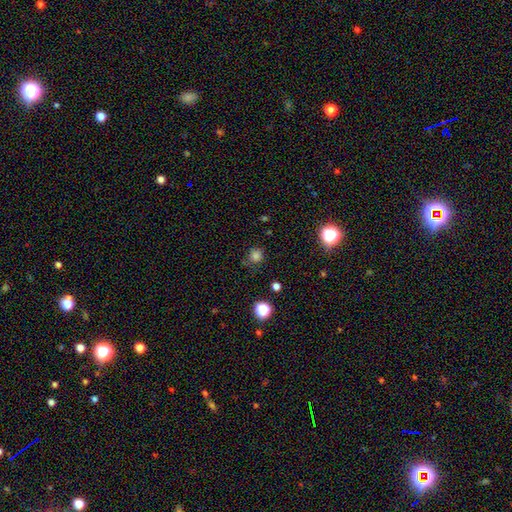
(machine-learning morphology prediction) Smooth or featured?
  - smooth: 77% *
  - star or artifact: 19%
  - featured or disk: 5%
How rounded?
  - round: 90% *
  - in between: 9%
  - cigar-shaped: 1%
Merging?
  - none: 77% *
  - minor disturbance: 15%
  - major disturbance: 5%
  - merger: 3%